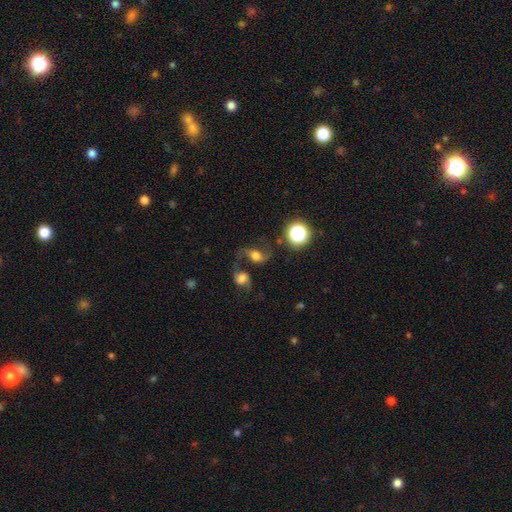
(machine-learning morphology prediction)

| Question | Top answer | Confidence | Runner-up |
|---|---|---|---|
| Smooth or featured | featured or disk | 58% | smooth (27%) |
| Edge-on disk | no | 96% | yes (4%) |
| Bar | no | 49% | weak (36%) |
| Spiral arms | yes | 89% | no (11%) |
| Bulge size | moderate | 44% | large (34%) |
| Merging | none | 43% | merger (30%) |